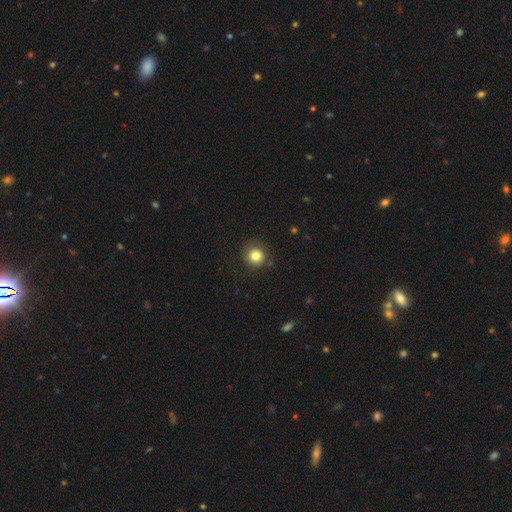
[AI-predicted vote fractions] The model was most divided on "smooth or featured": smooth: 83%, star or artifact: 11%, featured or disk: 6%. More confident: how rounded — round (92%); merging — none (85%).